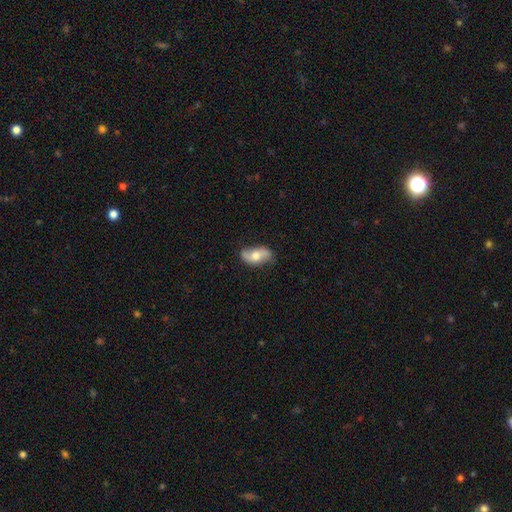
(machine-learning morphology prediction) This appears to be a featured or disk galaxy (54%). Merging: none (75%).